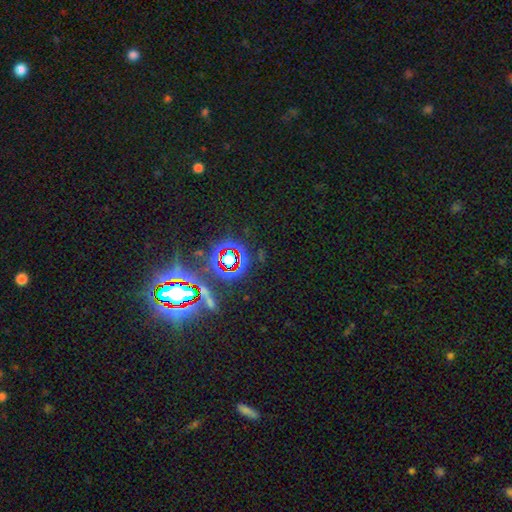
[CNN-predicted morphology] Smooth or featured? star or artifact (81%)